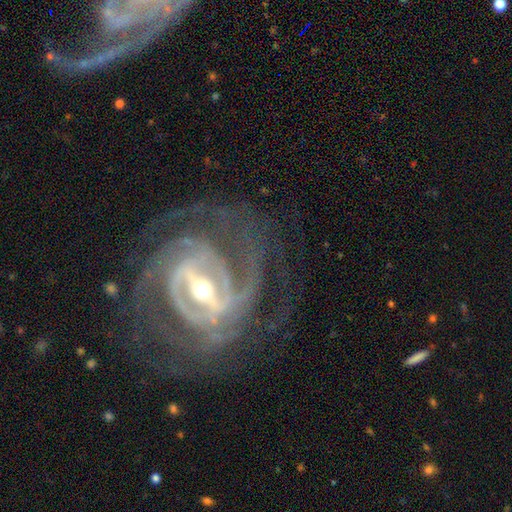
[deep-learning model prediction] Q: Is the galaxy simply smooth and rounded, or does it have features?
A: featured or disk — 91%.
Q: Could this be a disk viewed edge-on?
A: no — 95%.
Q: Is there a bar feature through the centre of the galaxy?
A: strong — 72%.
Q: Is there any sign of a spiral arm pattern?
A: yes — 97%.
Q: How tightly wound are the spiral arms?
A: tight — 66%.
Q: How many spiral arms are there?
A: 3 — 25%.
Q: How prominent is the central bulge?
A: moderate — 55%.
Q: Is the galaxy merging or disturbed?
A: none — 72%.